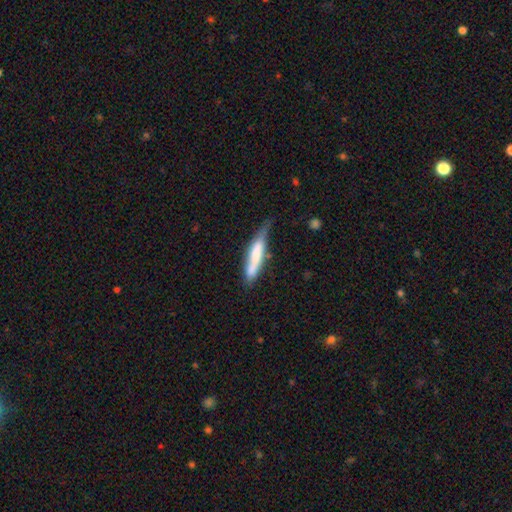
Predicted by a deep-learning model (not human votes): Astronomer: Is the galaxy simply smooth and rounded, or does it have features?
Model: smooth — 61%.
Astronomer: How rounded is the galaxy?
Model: cigar-shaped — 82%.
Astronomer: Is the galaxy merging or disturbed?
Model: none — 43% (runner-up: minor disturbance, 37%).